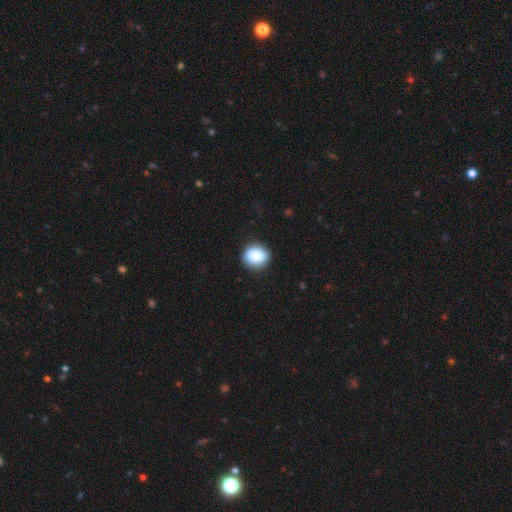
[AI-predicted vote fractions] Overall: smooth (88%). How rounded: round (78%). Merging: none (88%).